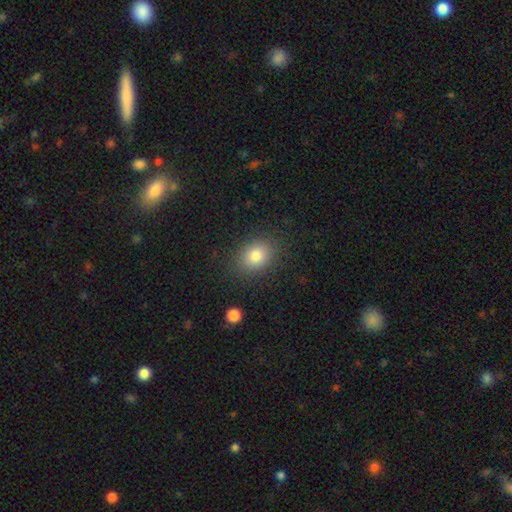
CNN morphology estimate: This appears to be a smooth galaxy with no disk features (81%) that is in between round and cigar-shaped (63%). Merging: none (85%).